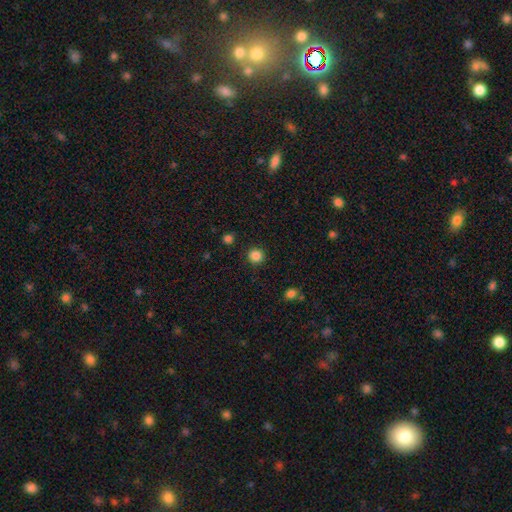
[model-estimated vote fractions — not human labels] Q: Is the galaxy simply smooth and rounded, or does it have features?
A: smooth — 85%.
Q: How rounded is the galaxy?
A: round — 91%.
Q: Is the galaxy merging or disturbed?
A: none — 91%.